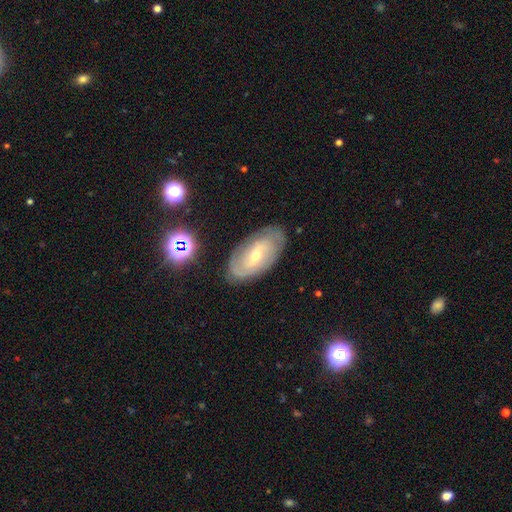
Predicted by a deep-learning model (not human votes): Q: Smooth or featured?
A: featured or disk (73%); runner-up: smooth (19%)
Q: Edge-on disk?
A: no (92%); runner-up: yes (8%)
Q: Bar?
A: weak (46%); runner-up: no (37%)
Q: Spiral arms?
A: yes (85%); runner-up: no (15%)
Q: Spiral winding?
A: tight (54%); runner-up: medium (32%)
Q: Spiral arm count?
A: 2 (44%); runner-up: can't tell (38%)
Q: Bulge size?
A: small (56%); runner-up: moderate (41%)
Q: Merging?
A: none (79%); runner-up: minor disturbance (15%)